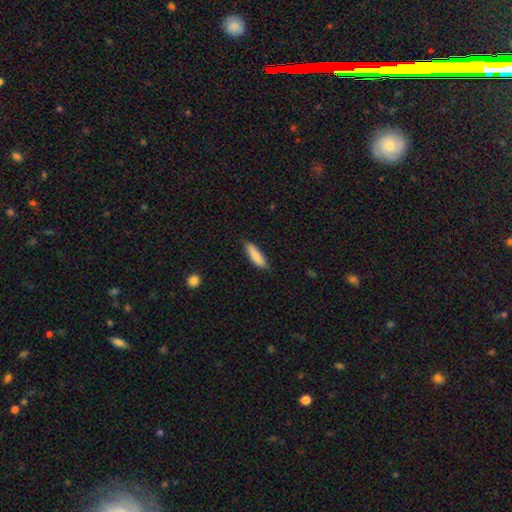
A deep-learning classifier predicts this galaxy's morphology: type=smooth (86%); roundness=cigar-shaped (63%); merging=none (83%).